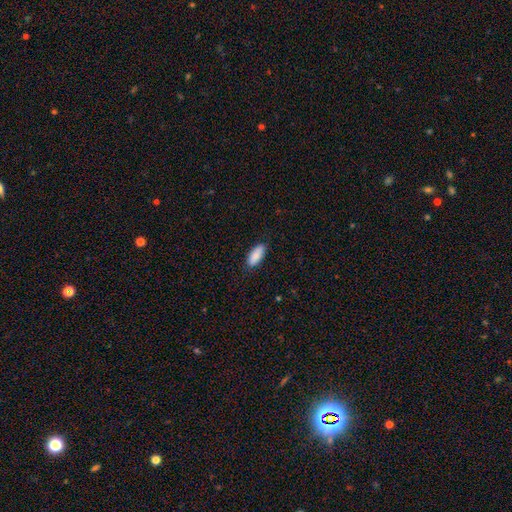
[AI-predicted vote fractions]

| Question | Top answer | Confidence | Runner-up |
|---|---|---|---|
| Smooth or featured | smooth | 89% | star or artifact (6%) |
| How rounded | in between | 83% | cigar-shaped (15%) |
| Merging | none | 85% | minor disturbance (12%) |